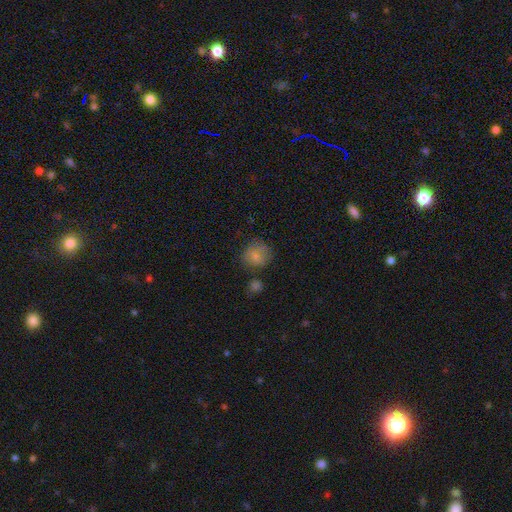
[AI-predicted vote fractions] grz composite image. It shows a smooth galaxy with no disk features (80%) that is round (80%). Merging: none (66%).